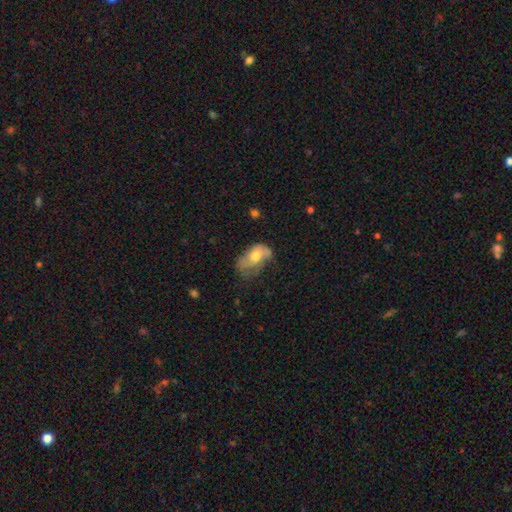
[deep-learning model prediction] A smooth galaxy with no disk features (49%).

Vote fractions:
- Smooth or featured? smooth: 49% / featured or disk: 44% / star or artifact: 7%
- Merging? none: 35% / minor disturbance: 34% / major disturbance: 28% / merger: 3%